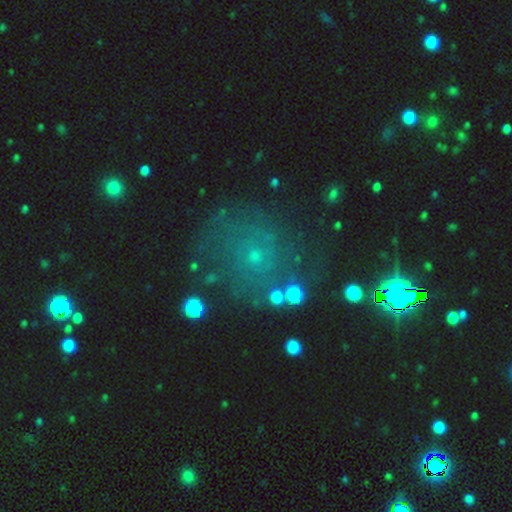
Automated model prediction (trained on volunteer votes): smooth-or-featured: smooth: 37% | featured or disk: 33% | star or artifact: 30%
  merging: none: 70% | minor disturbance: 16% | major disturbance: 10% | merger: 3%